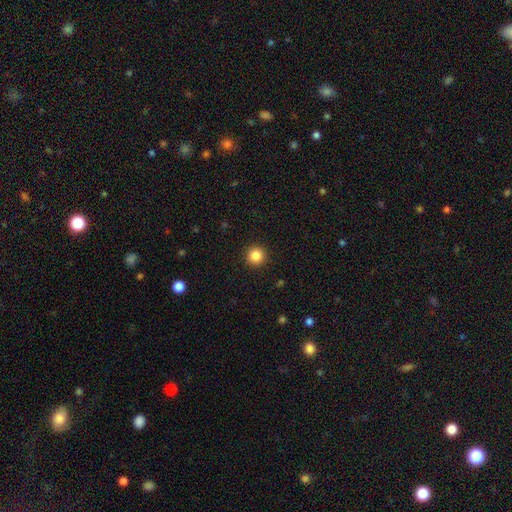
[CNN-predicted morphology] A smooth galaxy with no disk features (85%) that is round (95%).

Vote fractions:
- Smooth or featured? smooth: 85% / star or artifact: 11% / featured or disk: 4%
- How rounded? round: 95% / in between: 4% / cigar-shaped: 1%
- Merging? none: 93% / minor disturbance: 5% / major disturbance: 2% / merger: 1%